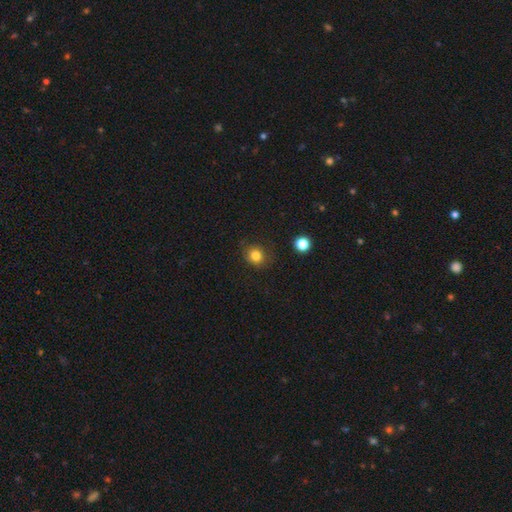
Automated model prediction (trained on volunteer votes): Q: Smooth or featured?
A: smooth (82%); runner-up: star or artifact (13%)
Q: How rounded?
A: round (84%); runner-up: in between (15%)
Q: Merging?
A: none (84%); runner-up: minor disturbance (11%)